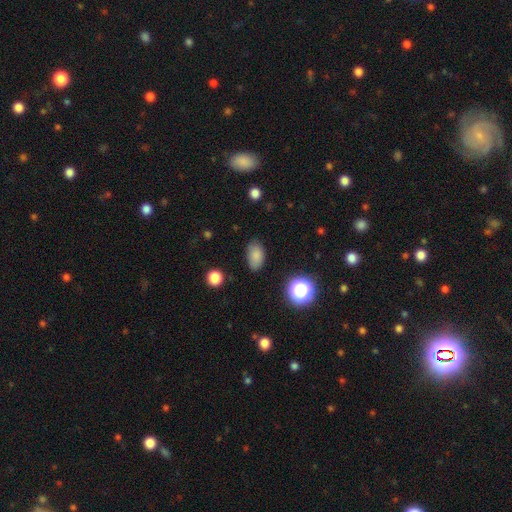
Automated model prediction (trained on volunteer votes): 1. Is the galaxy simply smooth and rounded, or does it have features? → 82% smooth, 11% star or artifact, 7% featured or disk.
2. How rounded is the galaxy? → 90% in between, 9% round, 2% cigar-shaped.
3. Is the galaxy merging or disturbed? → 78% none, 17% minor disturbance, 4% major disturbance, 2% merger.